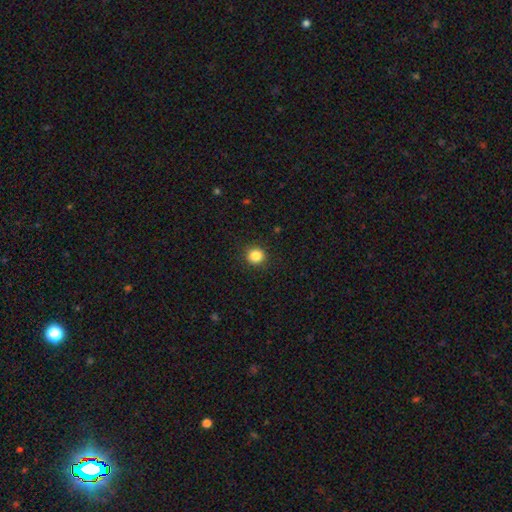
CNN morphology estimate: Q: Smooth or featured?
A: smooth (85%); runner-up: star or artifact (11%)
Q: How rounded?
A: round (92%); runner-up: in between (7%)
Q: Merging?
A: none (92%); runner-up: minor disturbance (5%)